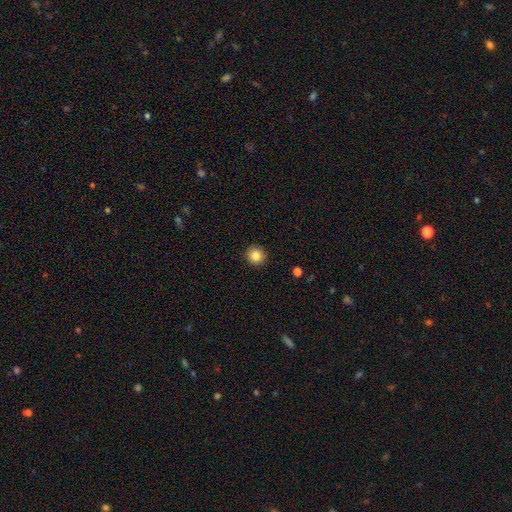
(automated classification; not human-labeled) Morphology: type=smooth (84%); roundness=round (94%); merging=none (92%).